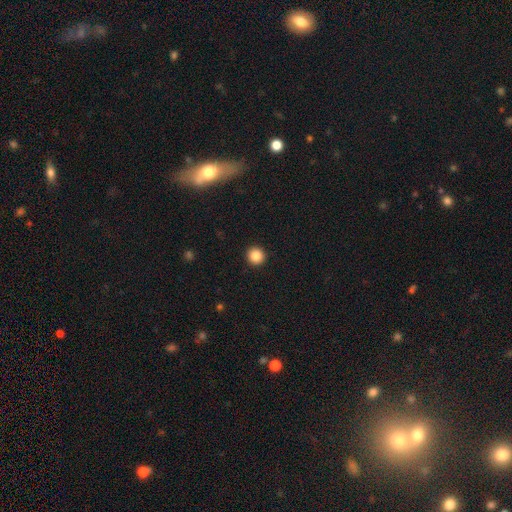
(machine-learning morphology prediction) The model was most divided on "smooth or featured": smooth: 86%, star or artifact: 10%, featured or disk: 4%. More confident: how rounded — round (95%); merging — none (94%).